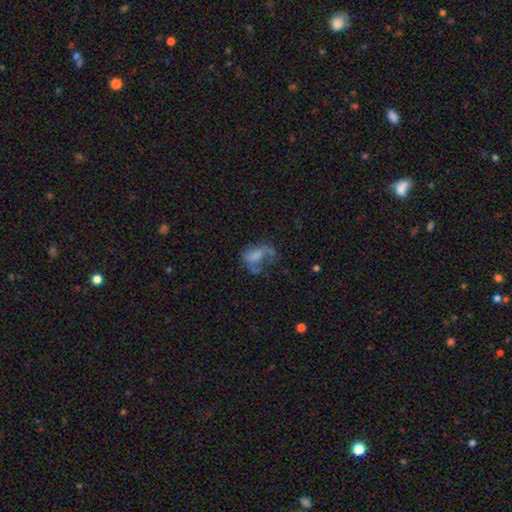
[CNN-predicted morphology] type=featured or disk (45%); merging=major disturbance (44%).